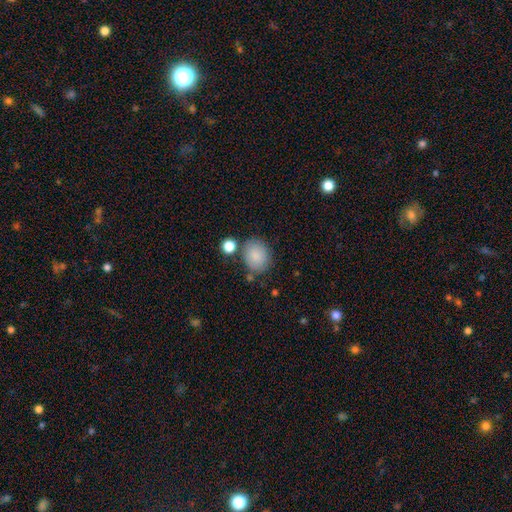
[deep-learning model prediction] Smooth or featured? smooth (85%)
How rounded? round (64%)
Merging? none (72%)